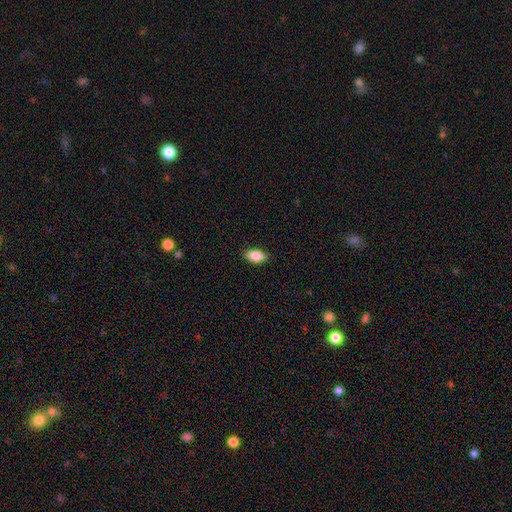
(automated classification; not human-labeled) This is clearly a smooth galaxy (83%). How rounded: clearly in between (89%). Merging: clearly none (87%).